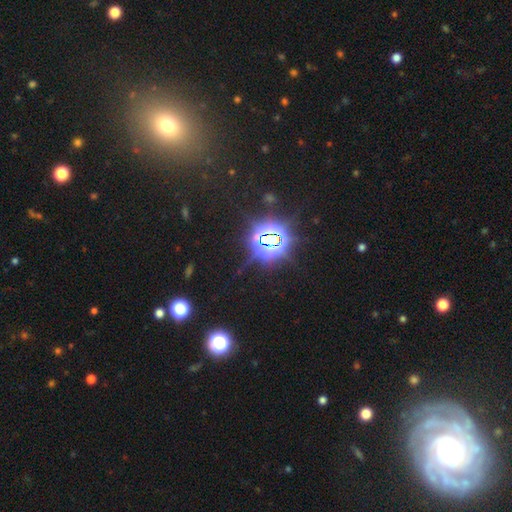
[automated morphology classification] Smooth or featured?
  - star or artifact: 80% *
  - smooth: 13%
  - featured or disk: 8%